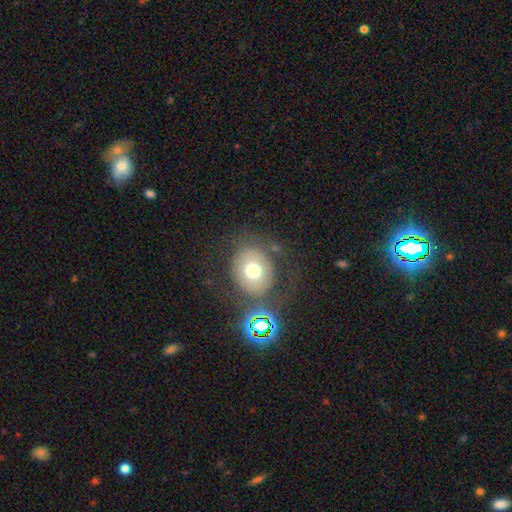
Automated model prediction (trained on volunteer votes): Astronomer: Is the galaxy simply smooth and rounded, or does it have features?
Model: smooth — 46% (runner-up: featured or disk, 33%).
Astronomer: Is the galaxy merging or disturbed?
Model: none — 69%.